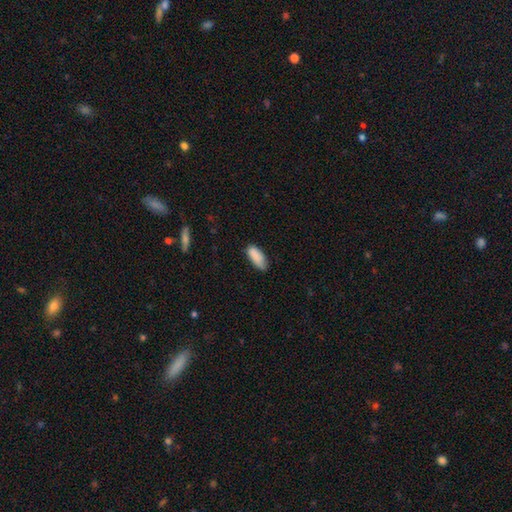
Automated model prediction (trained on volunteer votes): Smooth or featured?
  - smooth: 87% *
  - star or artifact: 7%
  - featured or disk: 6%
How rounded?
  - in between: 81% *
  - cigar-shaped: 17%
  - round: 2%
Merging?
  - none: 65% *
  - minor disturbance: 29%
  - major disturbance: 5%
  - merger: 2%